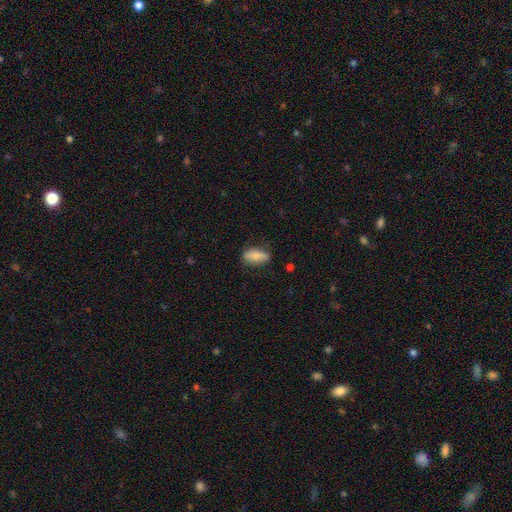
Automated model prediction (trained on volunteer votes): Morphology: type=smooth (74%); roundness=in between (81%); merging=none (73%).